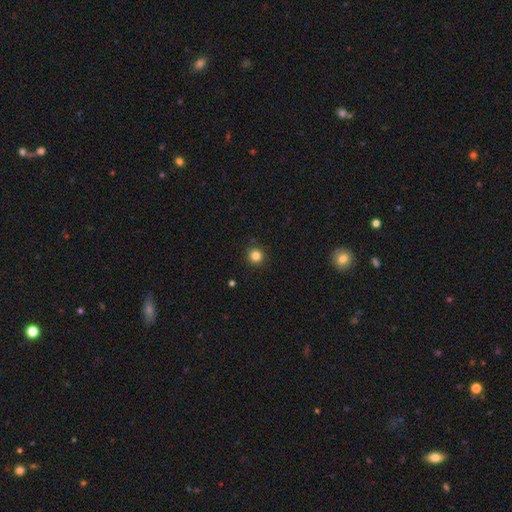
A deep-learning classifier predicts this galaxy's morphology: Q: Smooth or featured?
A: smooth (82%); runner-up: star or artifact (13%)
Q: How rounded?
A: round (93%); runner-up: in between (6%)
Q: Merging?
A: none (91%); runner-up: minor disturbance (6%)